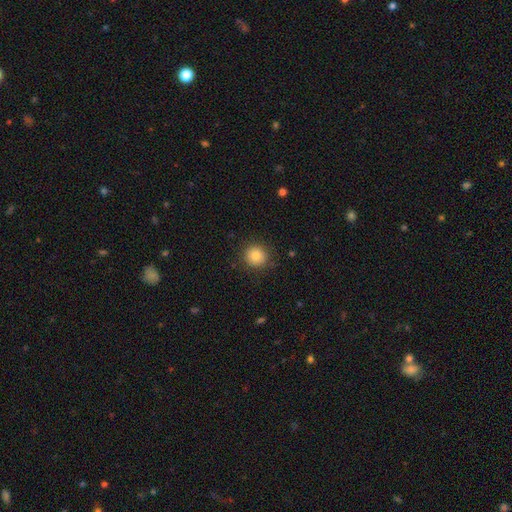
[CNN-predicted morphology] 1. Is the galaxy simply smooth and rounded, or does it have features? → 84% smooth, 10% star or artifact, 6% featured or disk.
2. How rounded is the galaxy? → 92% round, 7% in between, 1% cigar-shaped.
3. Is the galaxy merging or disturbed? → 88% none, 8% minor disturbance, 3% major disturbance, 1% merger.